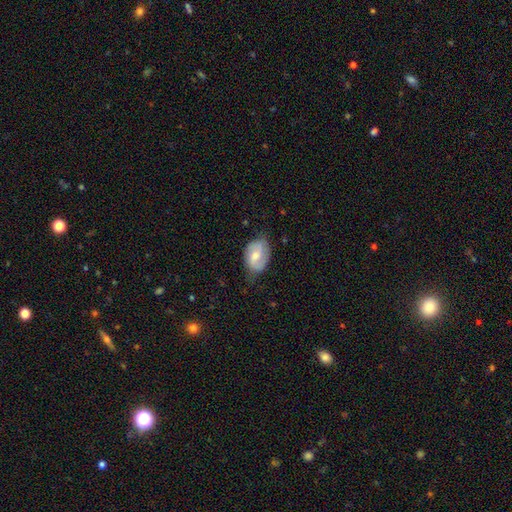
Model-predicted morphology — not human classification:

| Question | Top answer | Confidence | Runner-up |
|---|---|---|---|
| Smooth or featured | featured or disk | 55% | smooth (39%) |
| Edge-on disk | no | 96% | yes (4%) |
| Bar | weak | 48% | no (39%) |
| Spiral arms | yes | 84% | no (16%) |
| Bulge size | moderate | 62% | small (30%) |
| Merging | none | 63% | minor disturbance (28%) |